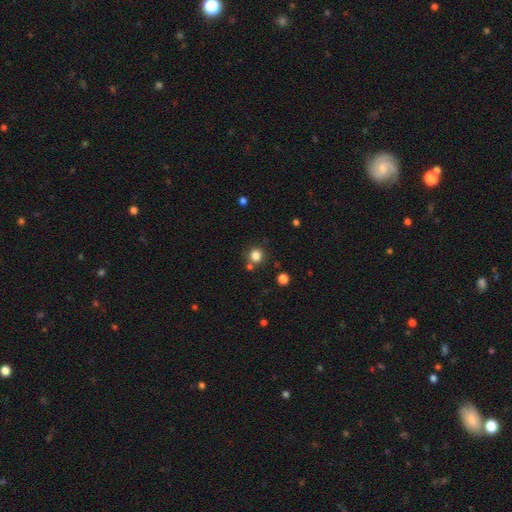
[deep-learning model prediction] Overall: smooth (82%). How rounded: round (90%). Merging: none (77%).